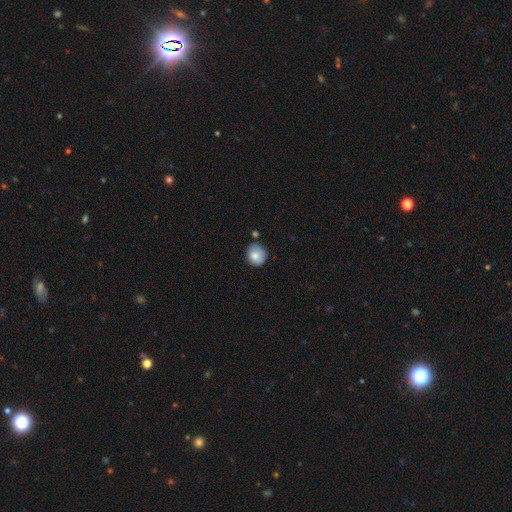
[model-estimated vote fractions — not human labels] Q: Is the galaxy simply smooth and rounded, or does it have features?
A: smooth — 78%.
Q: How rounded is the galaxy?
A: round — 77%.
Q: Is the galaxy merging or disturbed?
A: none — 66%.